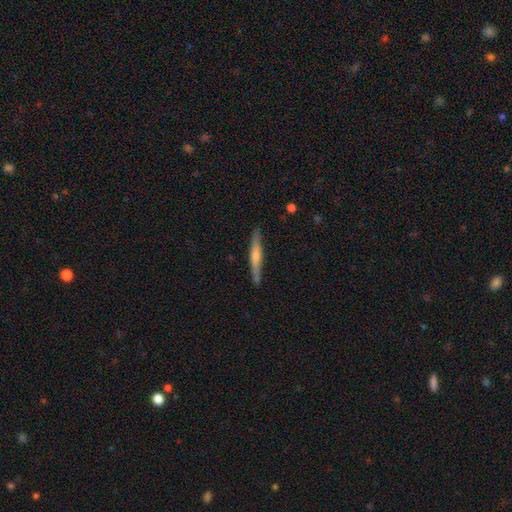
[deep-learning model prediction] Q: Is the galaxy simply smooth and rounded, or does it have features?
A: featured or disk — 52%.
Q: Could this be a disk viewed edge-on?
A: yes — 96%.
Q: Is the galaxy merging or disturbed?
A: none — 88%.